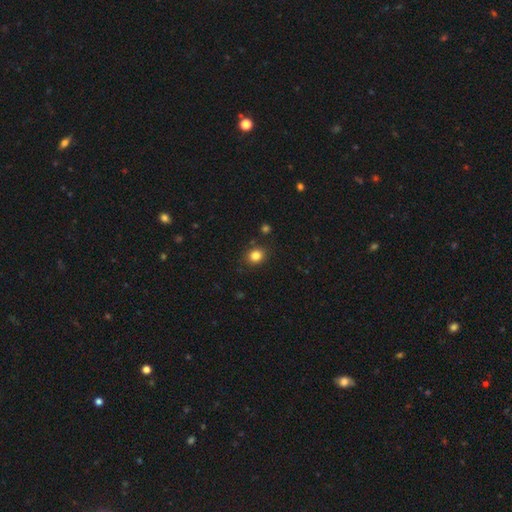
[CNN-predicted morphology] This appears to be a smooth galaxy with no disk features (83%) that is round (74%). Merging: none (87%).